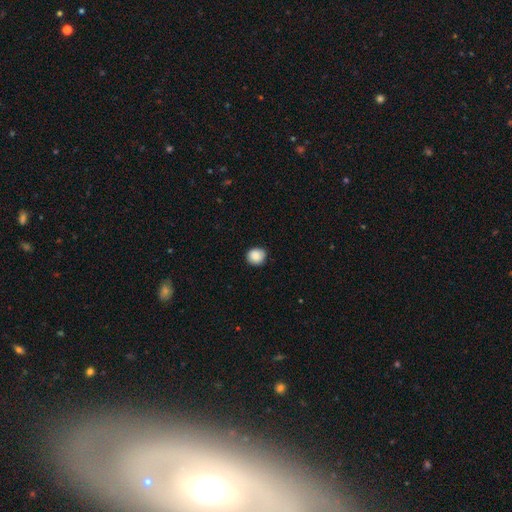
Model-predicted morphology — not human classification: smooth-or-featured: smooth: 89% | star or artifact: 8% | featured or disk: 3%
  how-rounded: round: 87% | in between: 12% | cigar-shaped: 1%
  merging: none: 87% | minor disturbance: 10% | major disturbance: 2% | merger: 1%